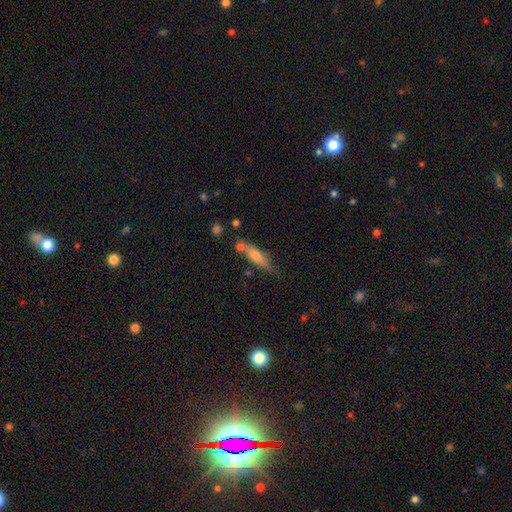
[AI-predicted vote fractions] Morphology: type=smooth (72%); roundness=cigar-shaped (66%); merging=none (58%).